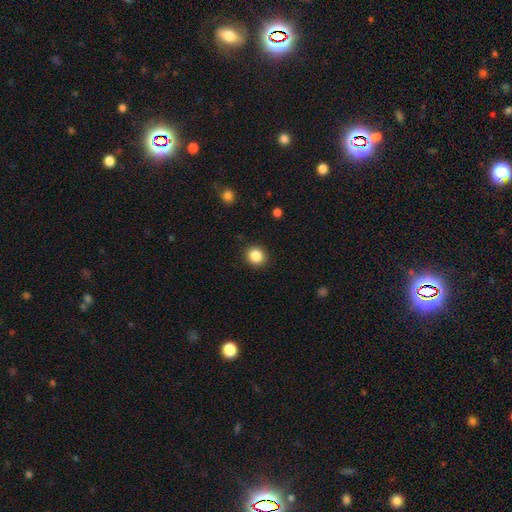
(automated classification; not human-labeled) Smooth or featured? Predicted: smooth (p=0.86). How rounded? Predicted: round (p=0.83). Merging? Predicted: none (p=0.91).